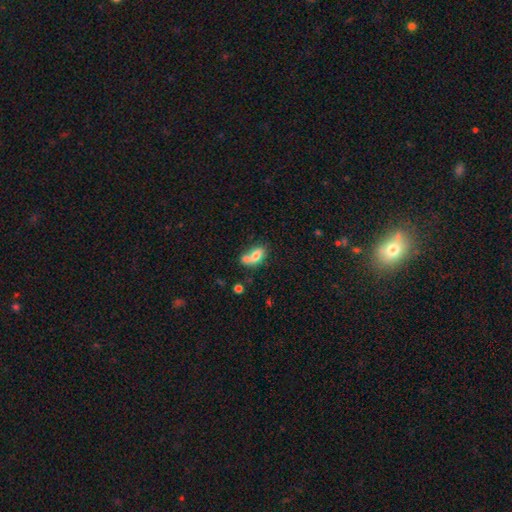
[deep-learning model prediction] The model was most divided on "merging": merger: 47%, none: 30%, minor disturbance: 15%, major disturbance: 8%. More confident: how rounded — in between (82%); smooth or featured — smooth (72%).